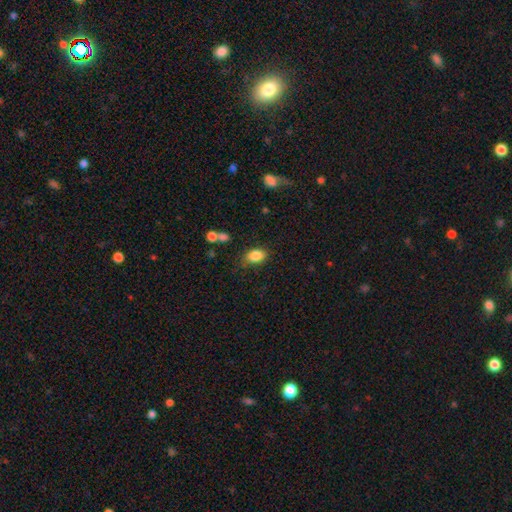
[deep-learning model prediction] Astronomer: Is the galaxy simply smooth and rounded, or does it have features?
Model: smooth — 86%.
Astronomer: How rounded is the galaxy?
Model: in between — 85%.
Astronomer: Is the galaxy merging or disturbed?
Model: none — 76%.